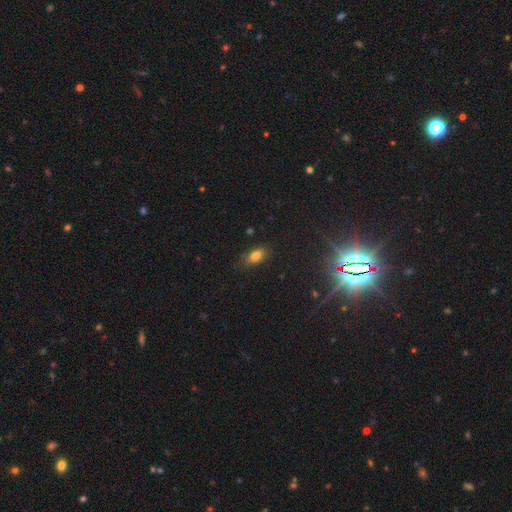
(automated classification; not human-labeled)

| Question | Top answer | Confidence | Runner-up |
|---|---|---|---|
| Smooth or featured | smooth | 78% | star or artifact (12%) |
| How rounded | in between | 85% | round (9%) |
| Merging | none | 79% | minor disturbance (16%) |